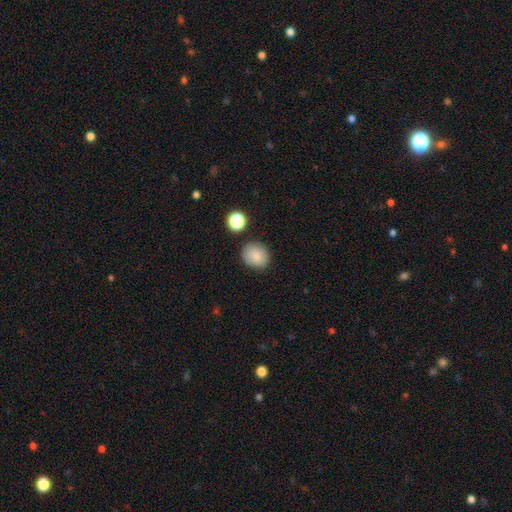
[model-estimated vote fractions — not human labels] Smooth or featured? smooth (84%)
How rounded? round (76%)
Merging? none (83%)